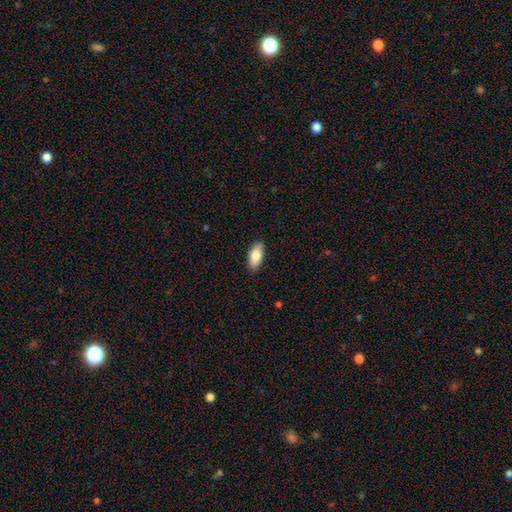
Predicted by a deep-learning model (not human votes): Overall: smooth (84%). How rounded: in between (86%). Merging: none (85%).